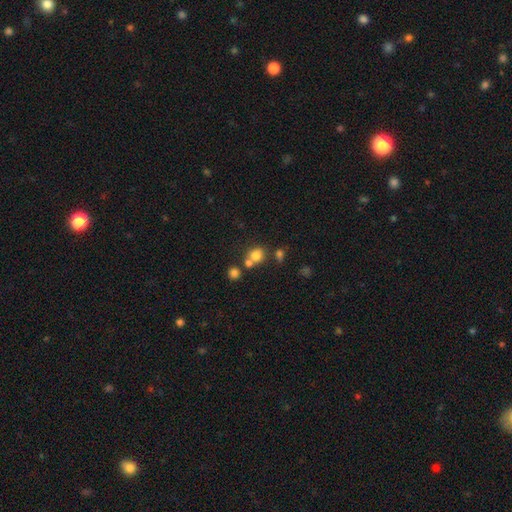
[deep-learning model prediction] Q: Smooth or featured?
A: smooth (76%); runner-up: star or artifact (15%)
Q: How rounded?
A: round (78%); runner-up: in between (21%)
Q: Merging?
A: none (54%); runner-up: merger (33%)